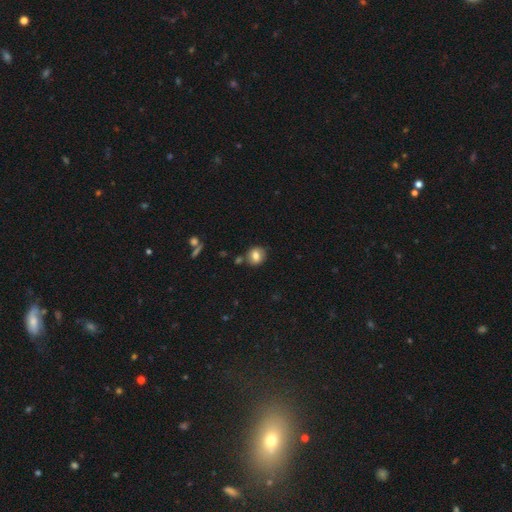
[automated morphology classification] Smooth or featured? smooth (78%)
How rounded? round (76%)
Merging? none (78%)